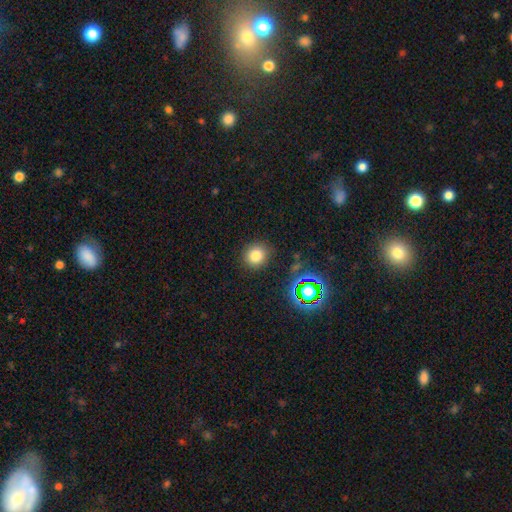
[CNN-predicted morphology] Q: Smooth or featured?
A: smooth (79%); runner-up: star or artifact (15%)
Q: How rounded?
A: round (84%); runner-up: in between (15%)
Q: Merging?
A: none (87%); runner-up: minor disturbance (8%)